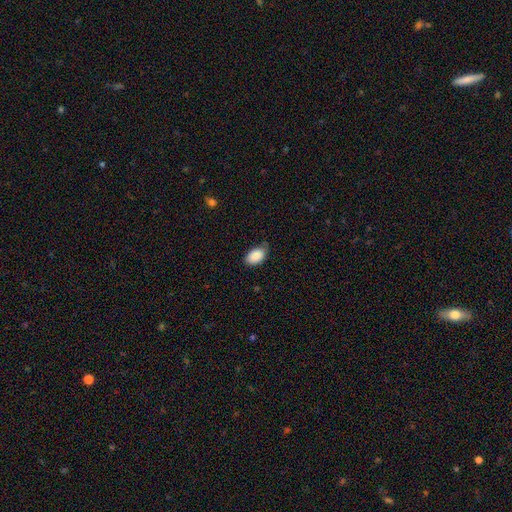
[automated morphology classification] This appears to be a smooth galaxy with no disk features (90%) that is in between round and cigar-shaped (92%). Merging: none (68%).